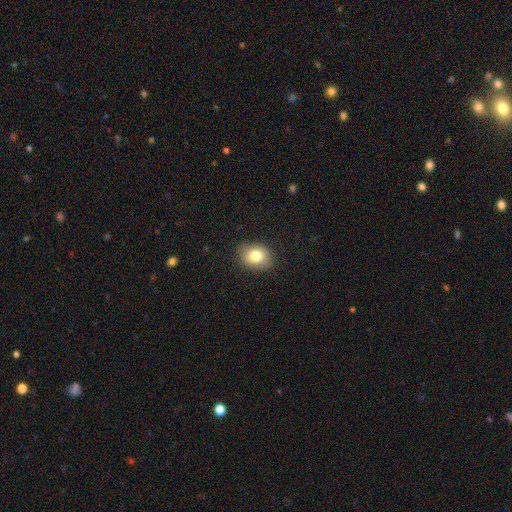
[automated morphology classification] Q: Smooth or featured?
A: smooth (80%); runner-up: featured or disk (11%)
Q: How rounded?
A: in between (56%); runner-up: round (43%)
Q: Merging?
A: none (85%); runner-up: minor disturbance (11%)